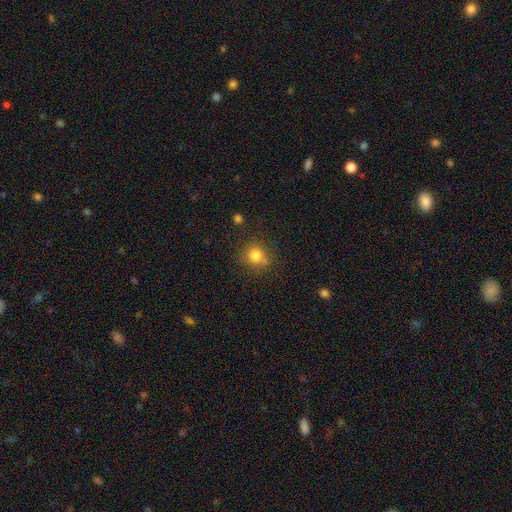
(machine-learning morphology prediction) A smooth galaxy with no disk features (80%) that is round (85%).

Vote fractions:
- Smooth or featured? smooth: 80% / star or artifact: 13% / featured or disk: 7%
- How rounded? round: 85% / in between: 14% / cigar-shaped: 1%
- Merging? none: 75% / minor disturbance: 16% / major disturbance: 5% / merger: 4%